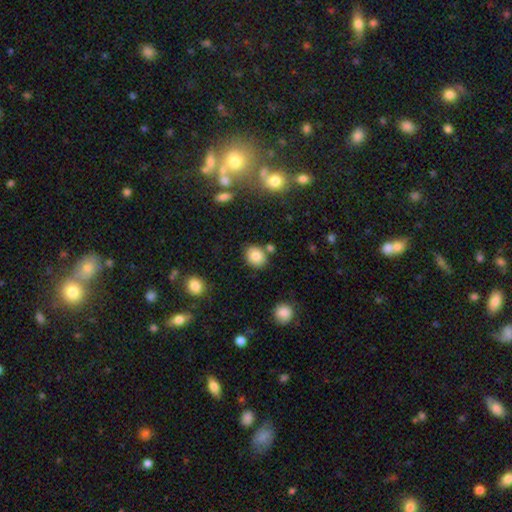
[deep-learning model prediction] Smooth or featured?
  - smooth: 82% *
  - star or artifact: 10%
  - featured or disk: 9%
How rounded?
  - round: 58% *
  - in between: 41%
  - cigar-shaped: 1%
Merging?
  - none: 78% *
  - minor disturbance: 11%
  - merger: 8%
  - major disturbance: 3%